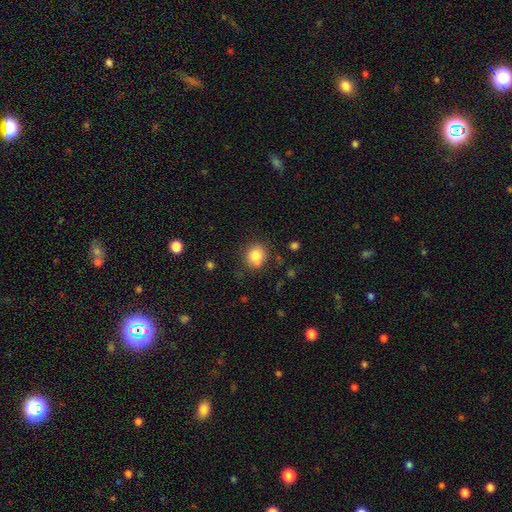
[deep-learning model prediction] This appears to be a smooth galaxy with no disk features (83%) that is round (77%). Merging: none (77%).